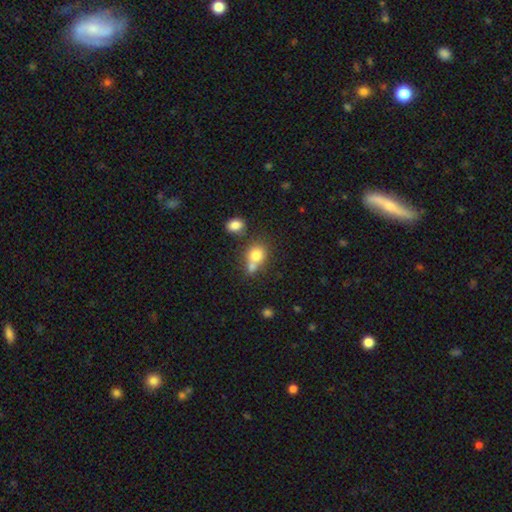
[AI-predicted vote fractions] Overall: smooth (76%). How rounded: round (69%; in between 30%). Merging: merger (48%; none 37%).